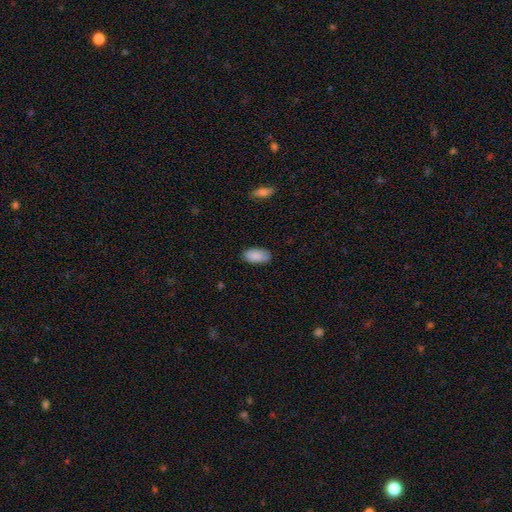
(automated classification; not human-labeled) A smooth galaxy with no disk features (89%) that is in between round and cigar-shaped (94%). Merging: none (85%).